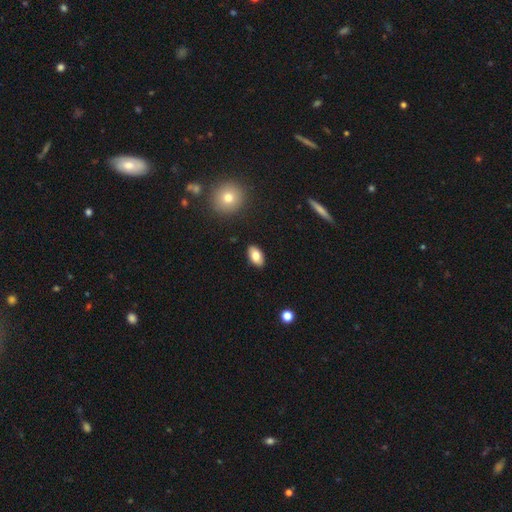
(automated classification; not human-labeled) smooth-or-featured: smooth: 80% | featured or disk: 13% | star or artifact: 7%
  how-rounded: in between: 93% | round: 5% | cigar-shaped: 3%
  merging: none: 89% | minor disturbance: 8% | major disturbance: 2% | merger: 1%